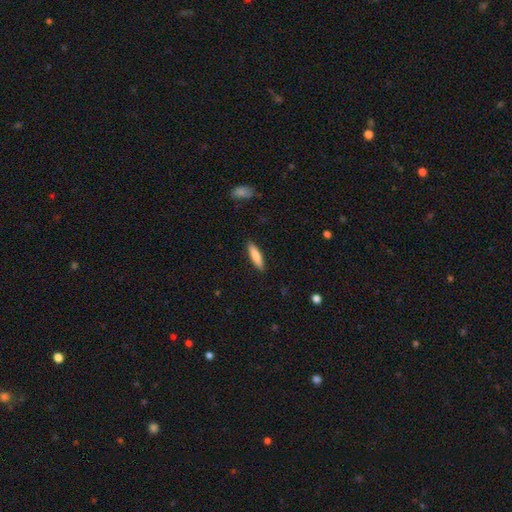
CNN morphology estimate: A smooth galaxy with no disk features (80%) that is cigar-shaped (75%). Merging: none (90%).